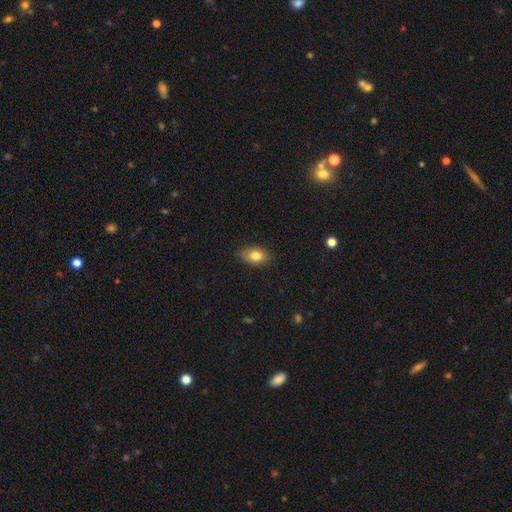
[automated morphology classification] Smooth or featured? Predicted: smooth (p=0.81). How rounded? Predicted: in between (p=0.83). Merging? Predicted: none (p=0.81).